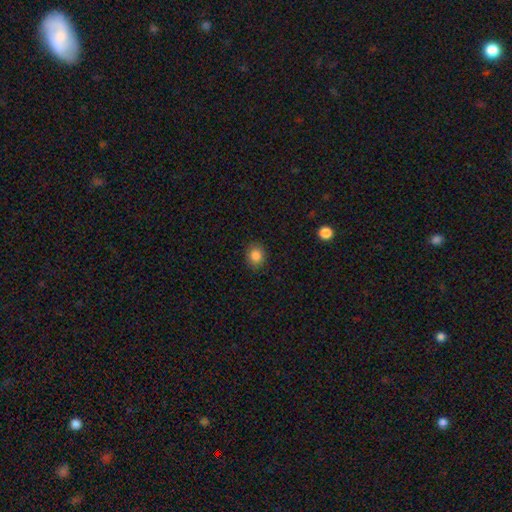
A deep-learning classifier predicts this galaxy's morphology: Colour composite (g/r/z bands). It shows a smooth galaxy with no disk features (85%) that is round (64%). Merging: none (88%).